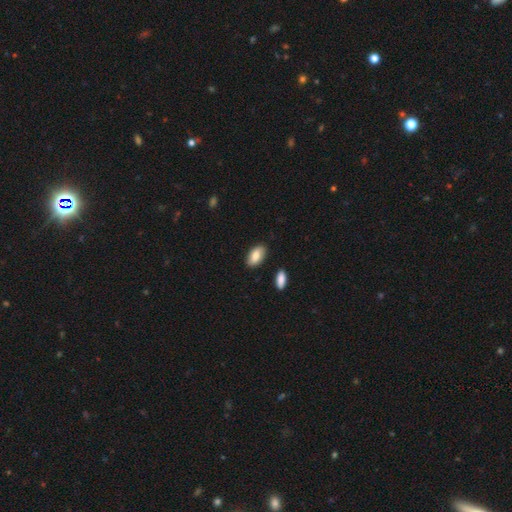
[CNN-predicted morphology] Q: Smooth or featured?
A: smooth (82%); runner-up: featured or disk (12%)
Q: How rounded?
A: in between (93%); runner-up: cigar-shaped (4%)
Q: Merging?
A: none (85%); runner-up: minor disturbance (10%)